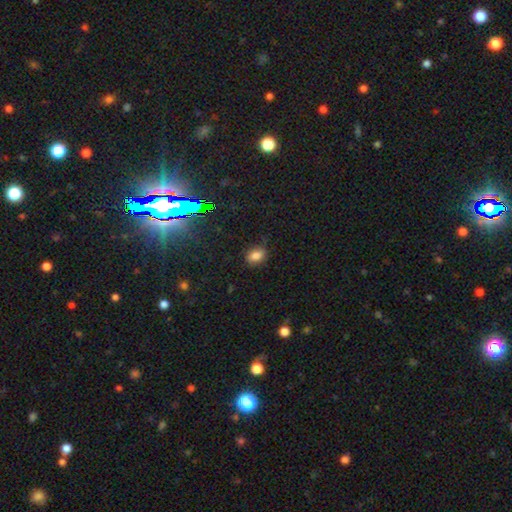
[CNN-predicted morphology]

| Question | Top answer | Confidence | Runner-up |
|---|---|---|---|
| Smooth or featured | smooth | 80% | star or artifact (13%) |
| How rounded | in between | 73% | round (25%) |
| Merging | none | 84% | minor disturbance (12%) |